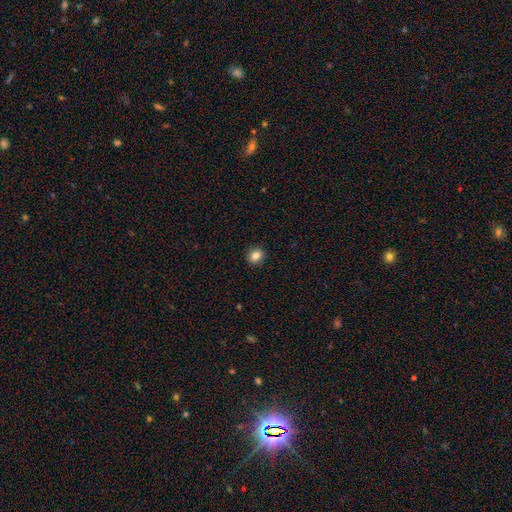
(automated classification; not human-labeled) The model was most divided on "how rounded": round: 78%, in between: 21%, cigar-shaped: 1%. More confident: merging — none (92%); smooth or featured — smooth (83%).